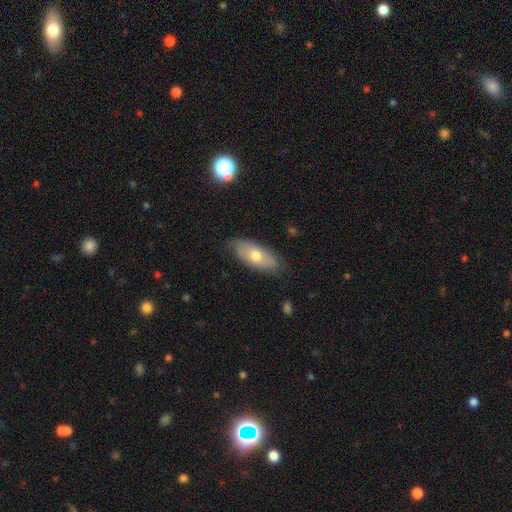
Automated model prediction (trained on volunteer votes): Q: Smooth or featured?
A: smooth (61%); runner-up: featured or disk (33%)
Q: How rounded?
A: in between (86%); runner-up: cigar-shaped (11%)
Q: Merging?
A: none (77%); runner-up: minor disturbance (18%)